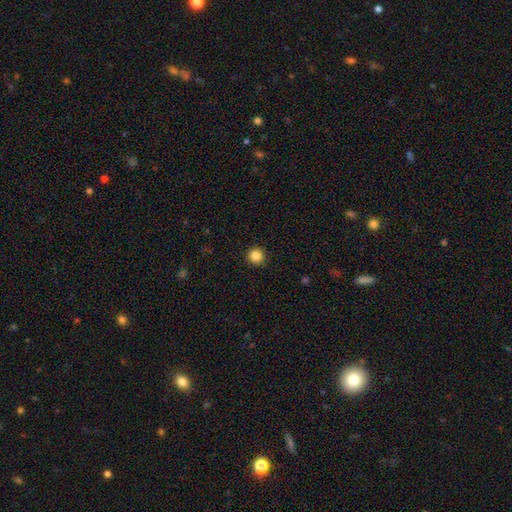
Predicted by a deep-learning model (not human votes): Smooth or featured? Predicted: smooth (p=0.86). How rounded? Predicted: round (p=0.96). Merging? Predicted: none (p=0.93).